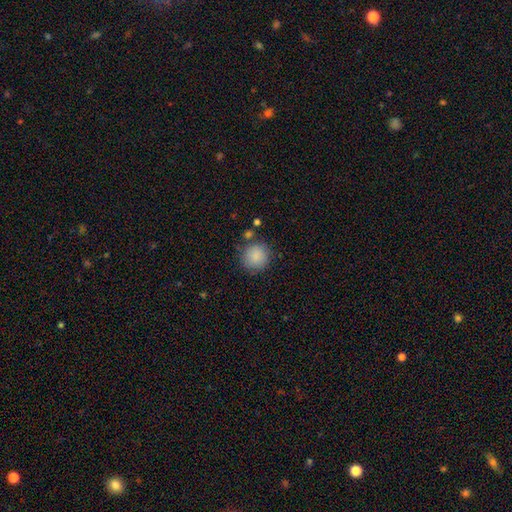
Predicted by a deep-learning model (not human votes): Overall: smooth (88%). How rounded: round (92%). Merging: none (80%).